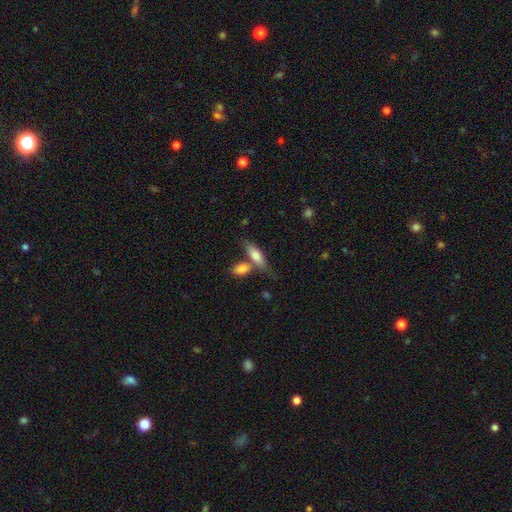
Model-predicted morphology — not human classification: The model was most divided on "how rounded": in between: 55%, cigar-shaped: 42%, round: 3%. Remaining: smooth or featured — smooth (68%); merging — none (50%).